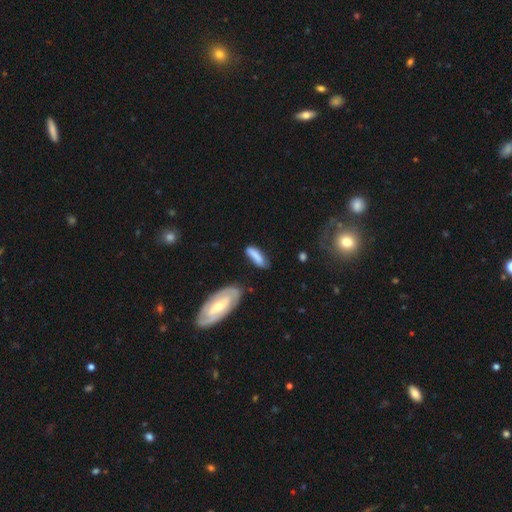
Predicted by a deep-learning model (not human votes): A smooth galaxy with no disk features (77%) that is cigar-shaped (57%). Merging: none (60%).